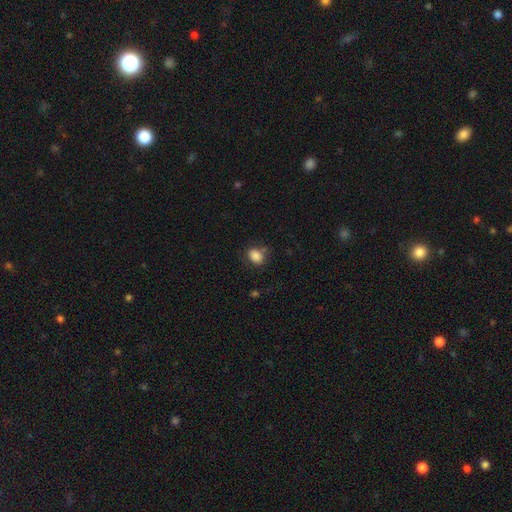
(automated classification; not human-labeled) Smooth or featured?
  - smooth: 85% *
  - star or artifact: 10%
  - featured or disk: 5%
How rounded?
  - in between: 60% *
  - round: 39%
  - cigar-shaped: 1%
Merging?
  - none: 68% *
  - minor disturbance: 20%
  - major disturbance: 7%
  - merger: 5%